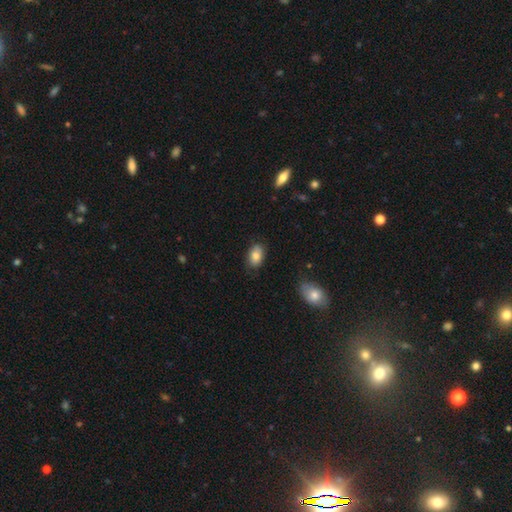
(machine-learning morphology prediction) The model was most divided on "merging": none: 81%, minor disturbance: 15%, major disturbance: 3%, merger: 1%. More confident: how rounded — in between (89%); smooth or featured — smooth (82%).